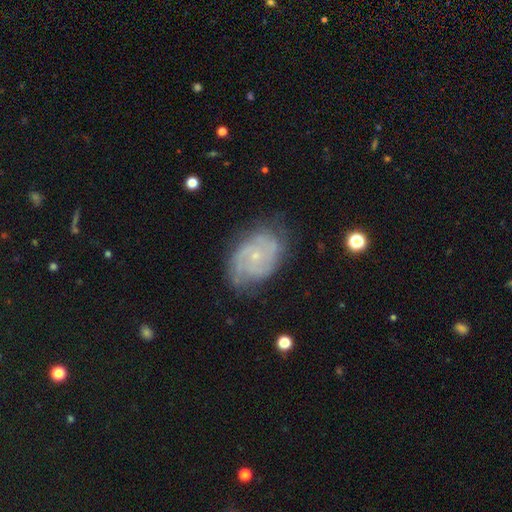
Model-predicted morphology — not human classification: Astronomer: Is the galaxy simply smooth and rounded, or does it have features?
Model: featured or disk — 80%.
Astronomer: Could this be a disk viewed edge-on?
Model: no — 97%.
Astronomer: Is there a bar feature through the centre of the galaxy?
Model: no — 75%.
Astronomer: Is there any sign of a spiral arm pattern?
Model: yes — 92%.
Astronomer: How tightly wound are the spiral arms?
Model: tight — 55% (runner-up: medium, 35%).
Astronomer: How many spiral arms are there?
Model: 2 — 39% (runner-up: can't tell, 30%).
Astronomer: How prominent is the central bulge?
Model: small — 79%.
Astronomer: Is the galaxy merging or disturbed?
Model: none — 72%.